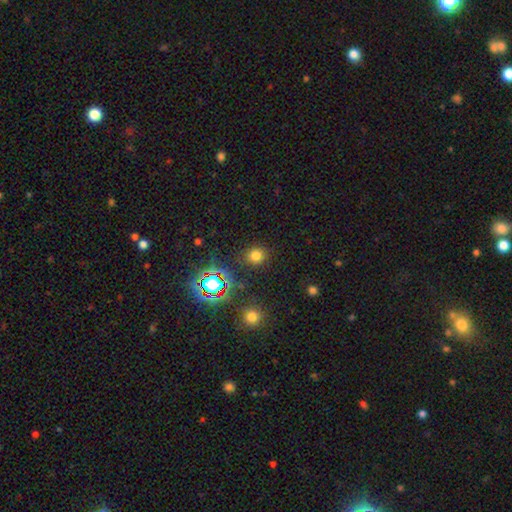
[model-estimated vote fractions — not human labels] This is likely a smooth galaxy (71%). How rounded: clearly round (82%). Merging: clearly none (86%).